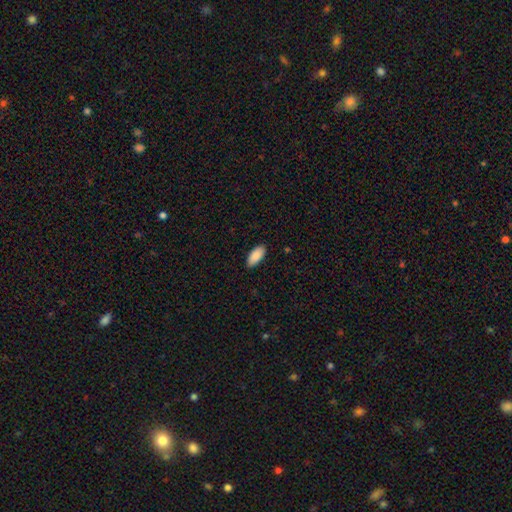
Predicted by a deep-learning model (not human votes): Smooth or featured? smooth (90%)
How rounded? in between (90%)
Merging? none (88%)